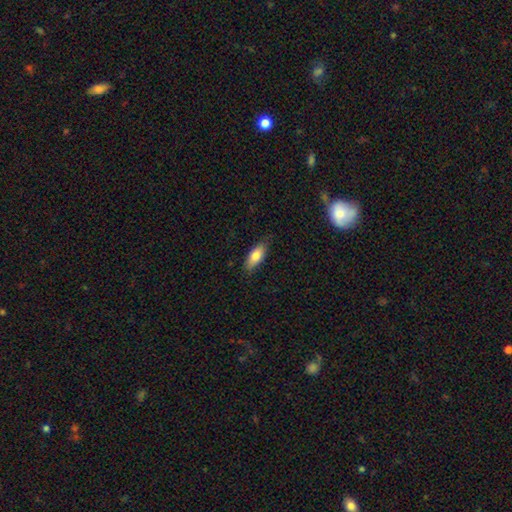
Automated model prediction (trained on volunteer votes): A smooth galaxy with no disk features (77%) that is in between round and cigar-shaped (78%).

Vote fractions:
- Smooth or featured? smooth: 77% / featured or disk: 17% / star or artifact: 6%
- How rounded? in between: 78% / cigar-shaped: 19% / round: 2%
- Merging? none: 82% / minor disturbance: 14% / major disturbance: 2% / merger: 1%